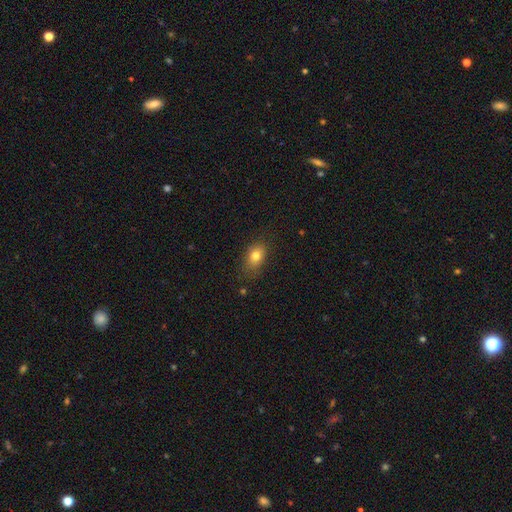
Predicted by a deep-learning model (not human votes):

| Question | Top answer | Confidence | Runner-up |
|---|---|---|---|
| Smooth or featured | smooth | 79% | star or artifact (10%) |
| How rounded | in between | 77% | round (21%) |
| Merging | none | 76% | minor disturbance (18%) |